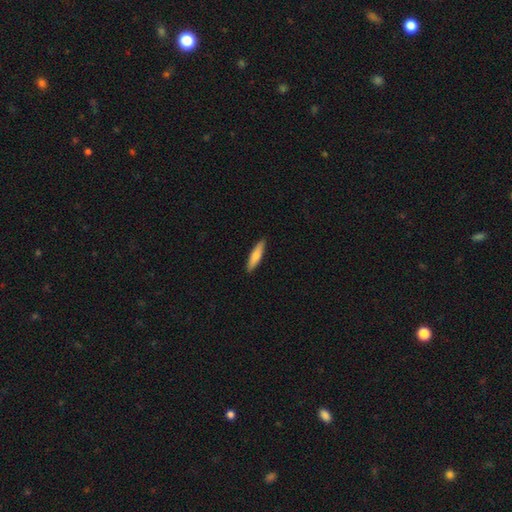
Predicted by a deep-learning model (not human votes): Smooth or featured?
  - smooth: 75% *
  - featured or disk: 19%
  - star or artifact: 5%
How rounded?
  - cigar-shaped: 79% *
  - in between: 19%
  - round: 1%
Merging?
  - none: 91% *
  - minor disturbance: 7%
  - major disturbance: 1%
  - merger: 1%